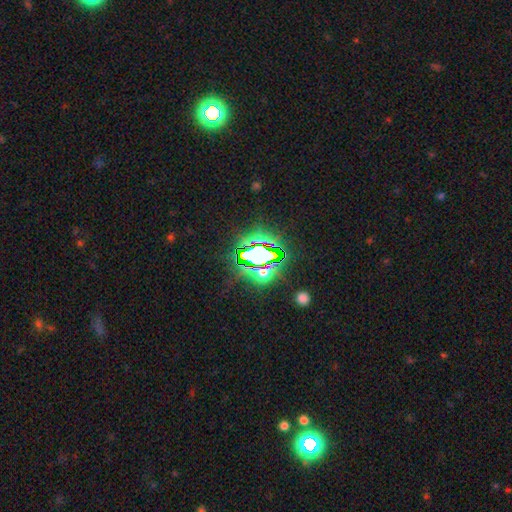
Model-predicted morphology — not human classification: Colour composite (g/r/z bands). It shows a star or artifact, not a galaxy (76%).